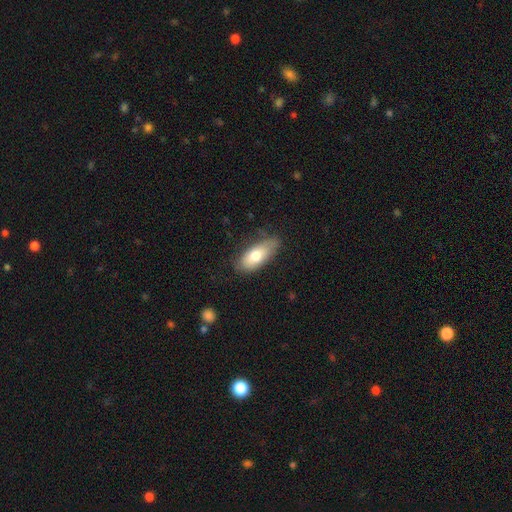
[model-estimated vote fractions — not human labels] Q: Smooth or featured?
A: smooth (72%); runner-up: featured or disk (21%)
Q: How rounded?
A: in between (84%); runner-up: cigar-shaped (14%)
Q: Merging?
A: none (68%); runner-up: minor disturbance (25%)